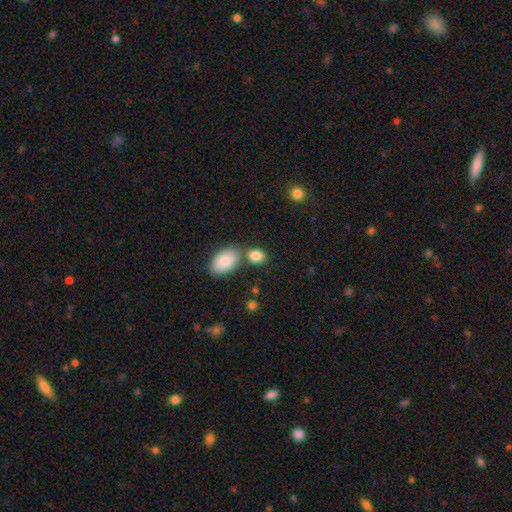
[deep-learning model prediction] A smooth galaxy with no disk features (85%) that is in between round and cigar-shaped (68%). Merging: none (60%).